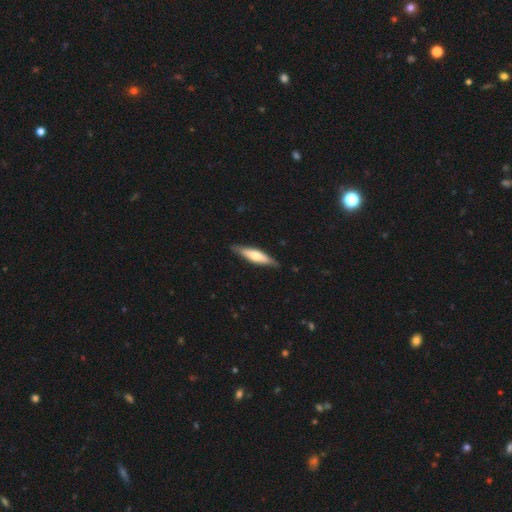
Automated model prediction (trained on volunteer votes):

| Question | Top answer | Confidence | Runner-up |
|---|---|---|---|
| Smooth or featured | smooth | 50% | featured or disk (45%) |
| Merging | none | 87% | minor disturbance (10%) |